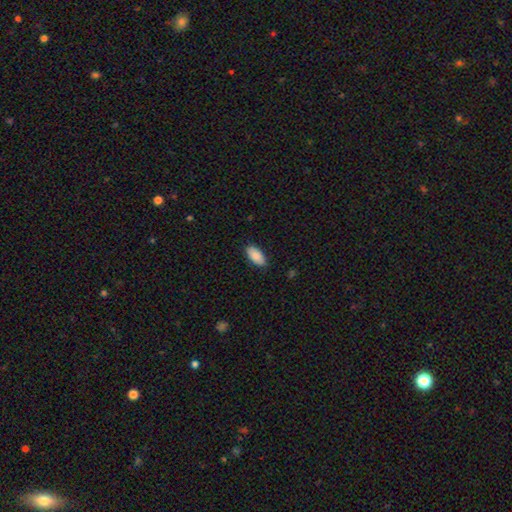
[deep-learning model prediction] This appears to be a smooth galaxy with no disk features (88%) that is in between round and cigar-shaped (93%). Merging: none (86%).